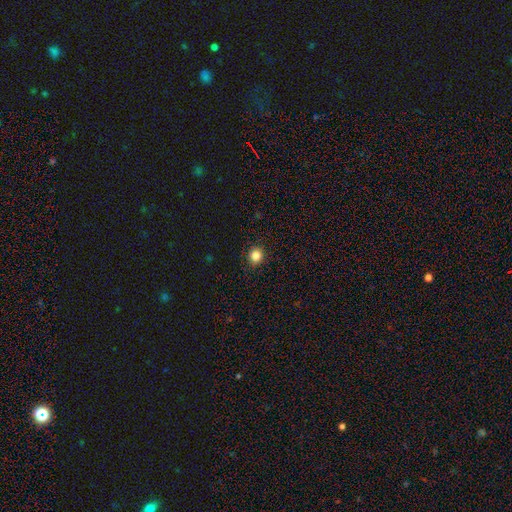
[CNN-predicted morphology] smooth_or_featured: smooth (p=0.84) [alt: star or artifact p=0.12]
how_rounded: round (p=0.88) [alt: in between p=0.11]
merging: none (p=0.91) [alt: minor disturbance p=0.06]